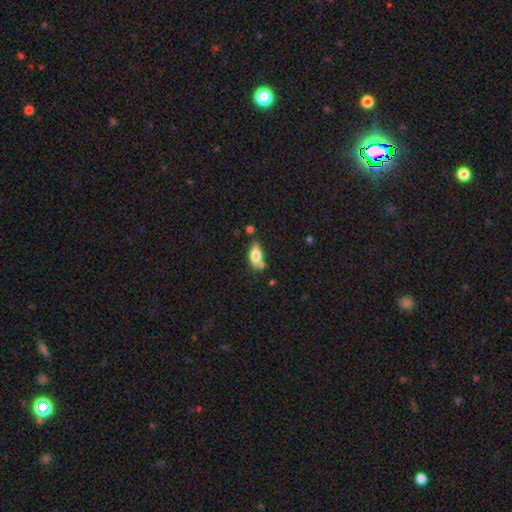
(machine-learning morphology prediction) Smooth or featured: smooth — 73% (featured or disk — 20%)
How rounded: in between — 82% (cigar-shaped — 14%)
Merging: none — 64% (minor disturbance — 18%)